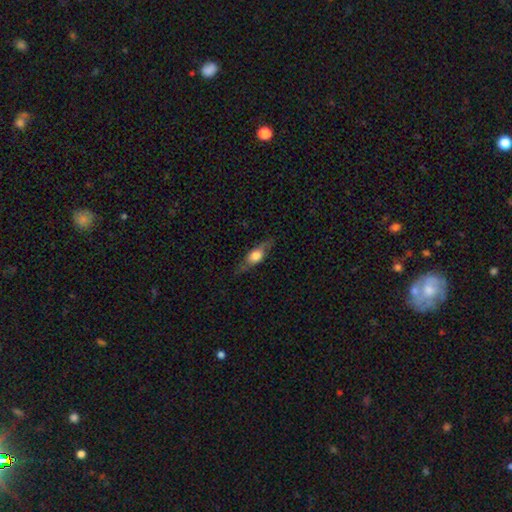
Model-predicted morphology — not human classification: smooth_or_featured: featured or disk (p=0.48) [alt: smooth p=0.46]
merging: none (p=0.77) [alt: minor disturbance p=0.16]